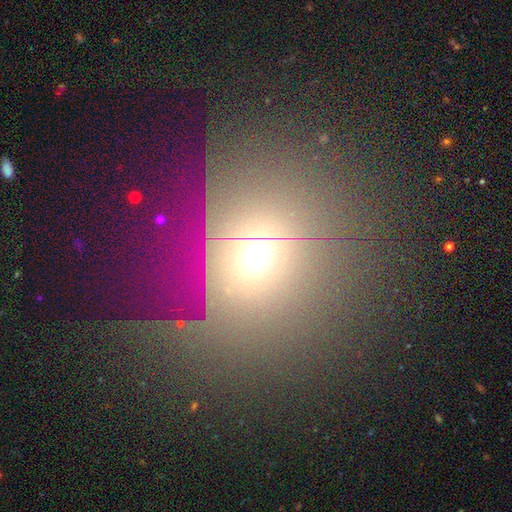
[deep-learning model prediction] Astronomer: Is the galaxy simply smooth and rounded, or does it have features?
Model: smooth — 55%.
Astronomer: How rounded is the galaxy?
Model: round — 75%.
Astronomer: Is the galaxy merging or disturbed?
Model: none — 58%.